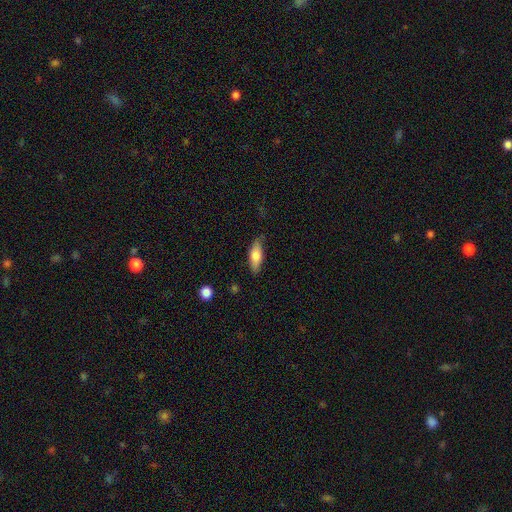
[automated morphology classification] This is likely a smooth galaxy (71%). How rounded: likely in between (67%). Merging: likely none (73%).